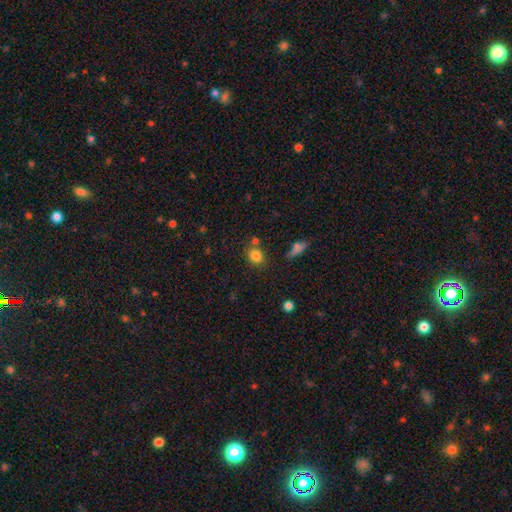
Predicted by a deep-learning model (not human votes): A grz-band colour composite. It shows a smooth galaxy with no disk features (82%) that is round (61%). Merging: none (72%).